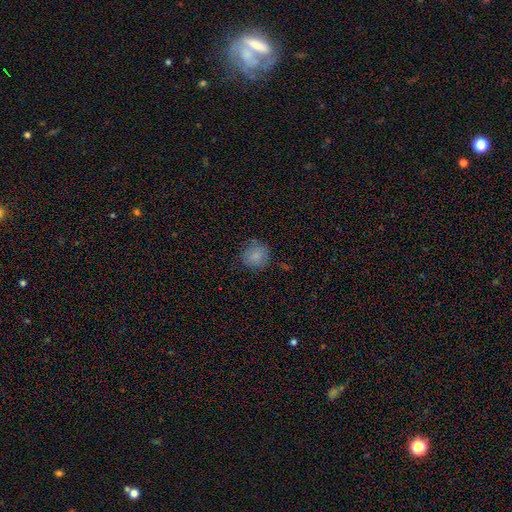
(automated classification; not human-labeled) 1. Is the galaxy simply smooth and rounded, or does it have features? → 83% smooth, 11% star or artifact, 7% featured or disk.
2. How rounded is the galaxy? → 88% round, 11% in between, 1% cigar-shaped.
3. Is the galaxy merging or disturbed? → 78% none, 16% minor disturbance, 5% major disturbance, 1% merger.